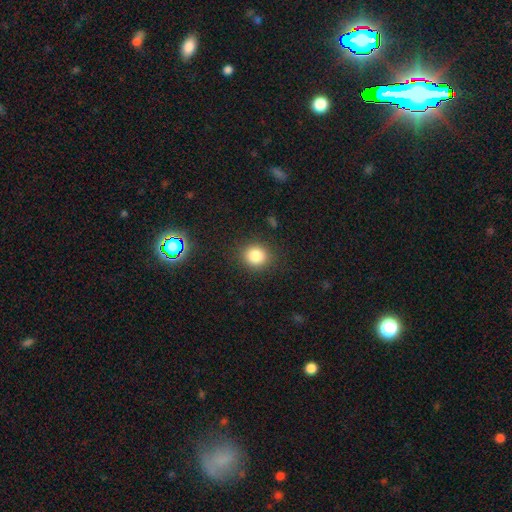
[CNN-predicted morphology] type=smooth (83%); roundness=round (83%); merging=none (88%).